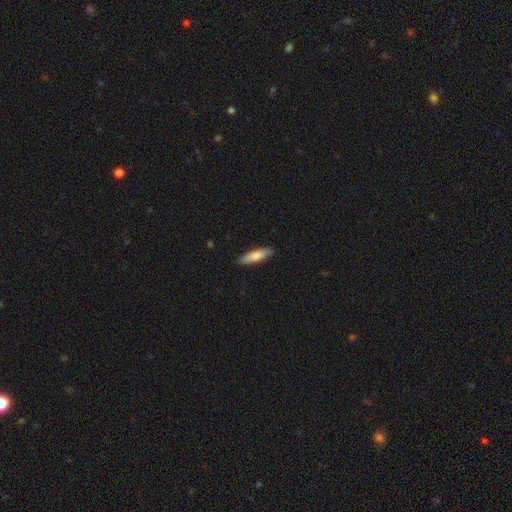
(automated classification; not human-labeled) Smooth or featured?
  - smooth: 78% *
  - featured or disk: 17%
  - star or artifact: 5%
How rounded?
  - cigar-shaped: 66% *
  - in between: 32%
  - round: 2%
Merging?
  - none: 89% *
  - minor disturbance: 9%
  - major disturbance: 2%
  - merger: 1%